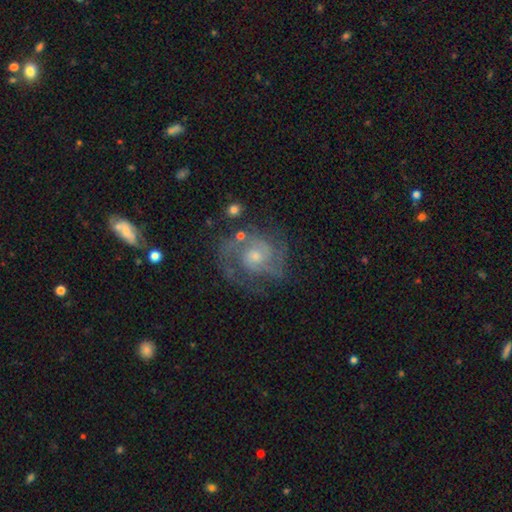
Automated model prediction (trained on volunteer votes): smooth-or-featured: featured or disk: 83% | smooth: 10% | star or artifact: 7%
  disk-edge-on: no: 98% | yes: 2%
    bar: no: 68% | weak: 28% | strong: 4%
    has-spiral-arms: yes: 93% | no: 7%
      spiral-winding: medium: 44% (tied) | tight: 44% (tied) | loose: 12%
      spiral-arm-count: 2: 55% | can't tell: 17% | 3: 15% | 1: 6% | 4: 4% | more than 4: 3%
    bulge-size: small: 47% | moderate: 45% | large: 4% | none: 3% | dominant: 1%
  merging: none: 65% | minor disturbance: 19% | major disturbance: 13% | merger: 3%